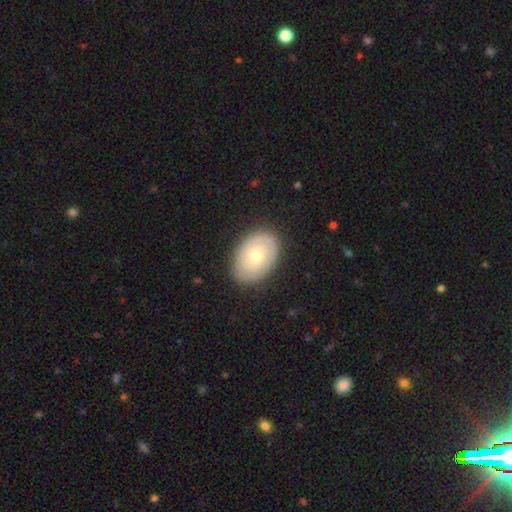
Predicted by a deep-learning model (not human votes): Morphology: type=smooth (54%); roundness=in between (80%); merging=none (85%).